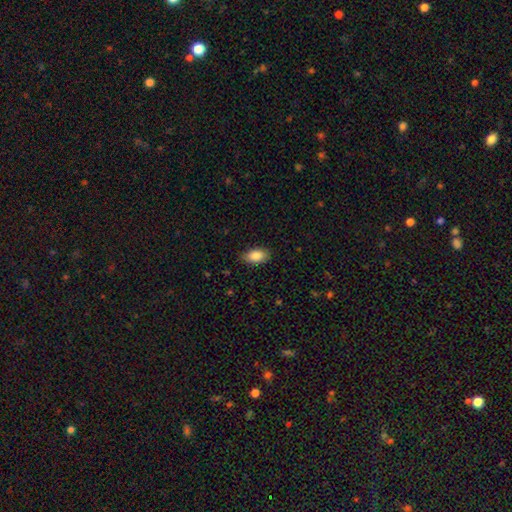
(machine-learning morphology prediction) A smooth galaxy with no disk features (86%) that is in between round and cigar-shaped (92%).

Vote fractions:
- Smooth or featured? smooth: 86% / star or artifact: 7% / featured or disk: 7%
- How rounded? in between: 92% / round: 5% / cigar-shaped: 3%
- Merging? none: 85% / minor disturbance: 12% / major disturbance: 2% / merger: 1%